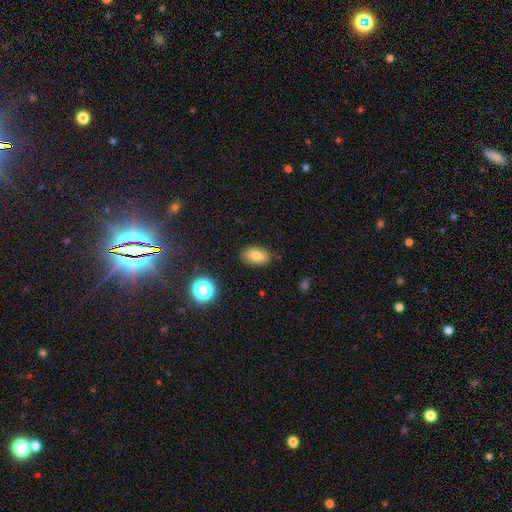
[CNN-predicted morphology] Overall: smooth (77%). How rounded: in between (89%). Merging: none (86%).